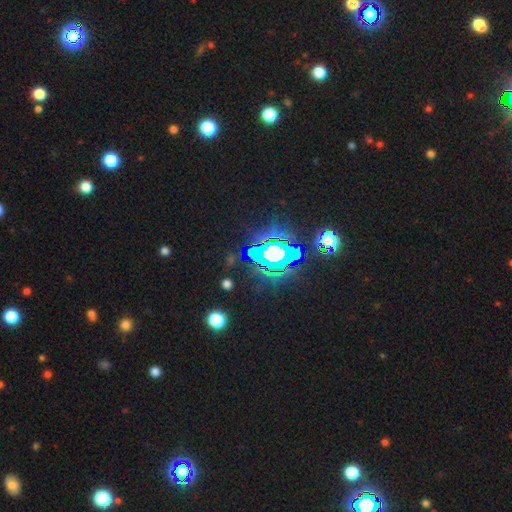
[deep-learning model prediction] The model was most divided on "smooth or featured": star or artifact: 80%, smooth: 11%, featured or disk: 9%.